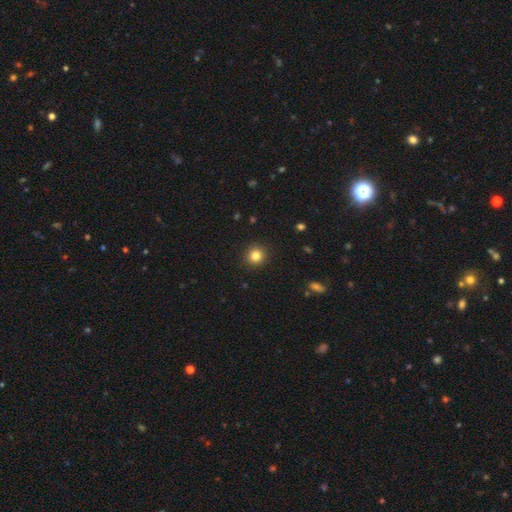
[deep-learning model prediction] Smooth or featured? smooth (83%)
How rounded? round (93%)
Merging? none (92%)